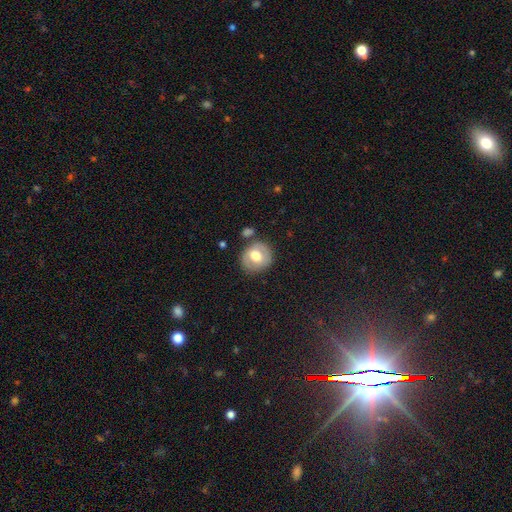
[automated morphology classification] Q: Smooth or featured?
A: smooth (58%); runner-up: featured or disk (35%)
Q: How rounded?
A: round (78%); runner-up: in between (21%)
Q: Merging?
A: none (75%); runner-up: minor disturbance (14%)